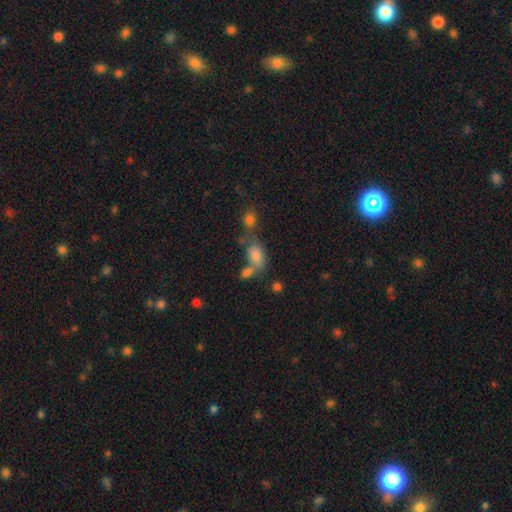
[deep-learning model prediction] Morphology: type=smooth (77%); roundness=in between (87%); merging=none (38%, tied with merger).